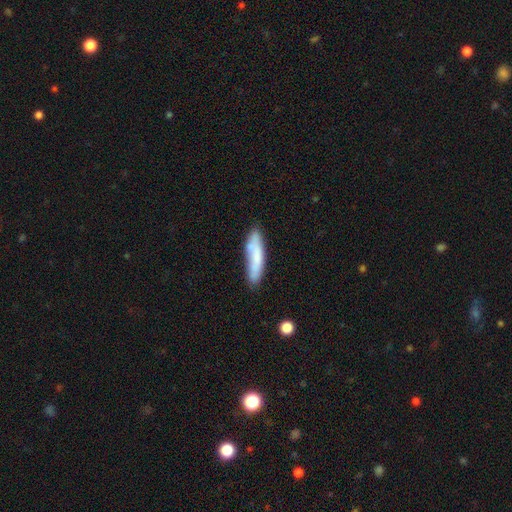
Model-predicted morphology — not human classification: A smooth galaxy with no disk features (65%) that is cigar-shaped (78%). Merging: none (71%).